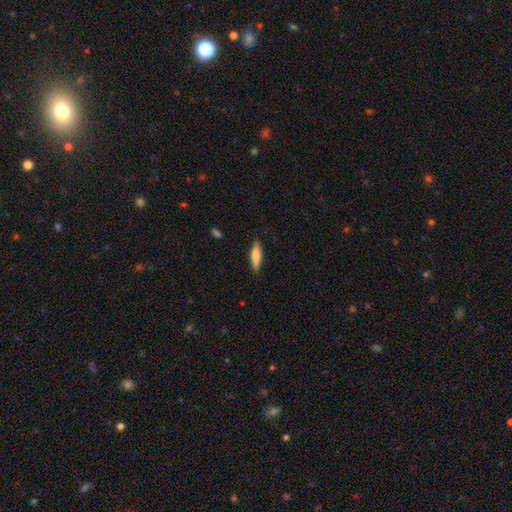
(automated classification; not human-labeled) Smooth or featured: smooth — 74% (featured or disk — 20%)
How rounded: cigar-shaped — 65% (in between — 33%)
Merging: none — 88% (minor disturbance — 9%)